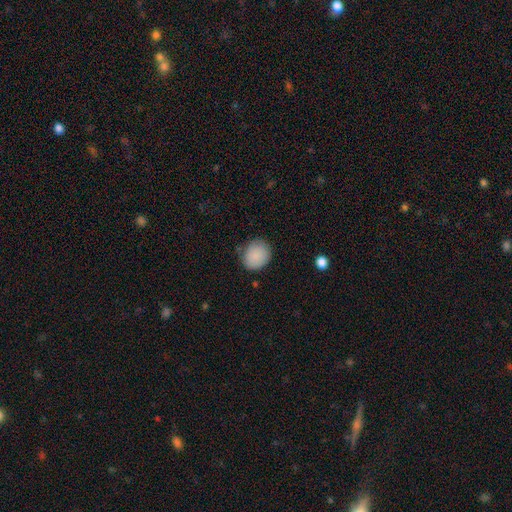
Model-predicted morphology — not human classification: smooth_or_featured: smooth (p=0.88) [alt: star or artifact p=0.07]
how_rounded: round (p=0.72) [alt: in between p=0.28]
merging: none (p=0.77) [alt: minor disturbance p=0.18]